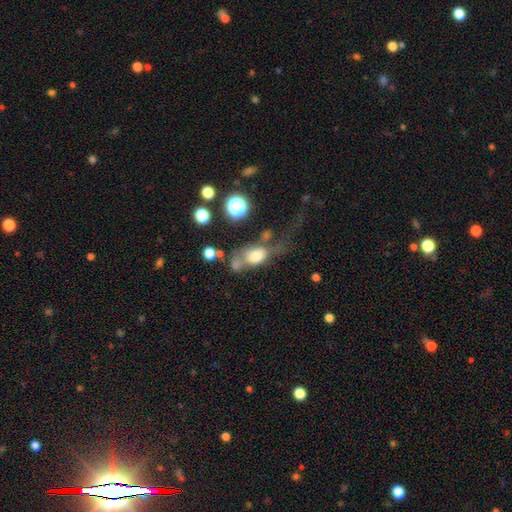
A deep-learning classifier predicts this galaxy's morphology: type=smooth (66%); roundness=in between (70%); merging=major disturbance (35%).